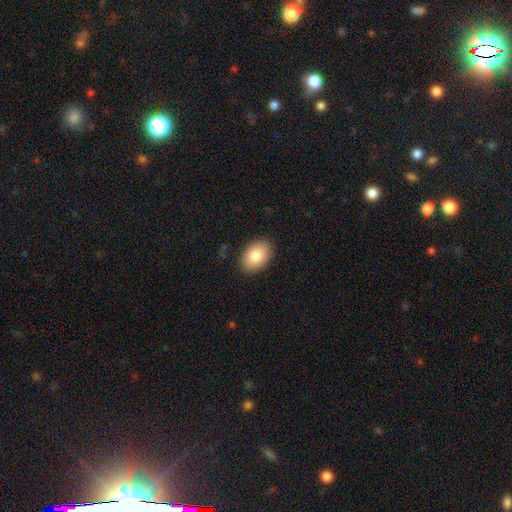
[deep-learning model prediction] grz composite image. It shows a smooth galaxy with no disk features (83%) that is in between round and cigar-shaped (86%). Merging: none (88%).